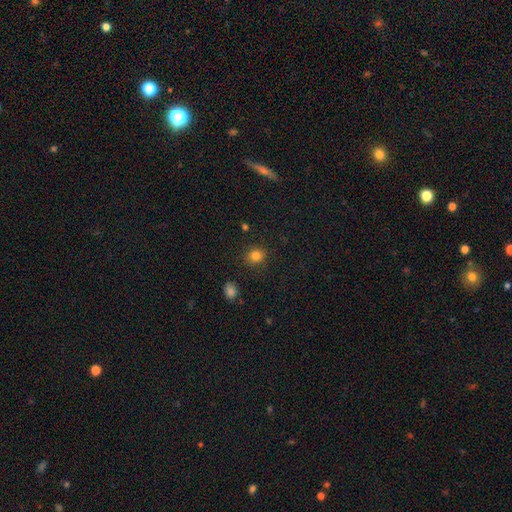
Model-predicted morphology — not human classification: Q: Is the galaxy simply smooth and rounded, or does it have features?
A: smooth — 82%.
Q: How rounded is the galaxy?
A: round — 77%.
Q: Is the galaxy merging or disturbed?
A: none — 87%.